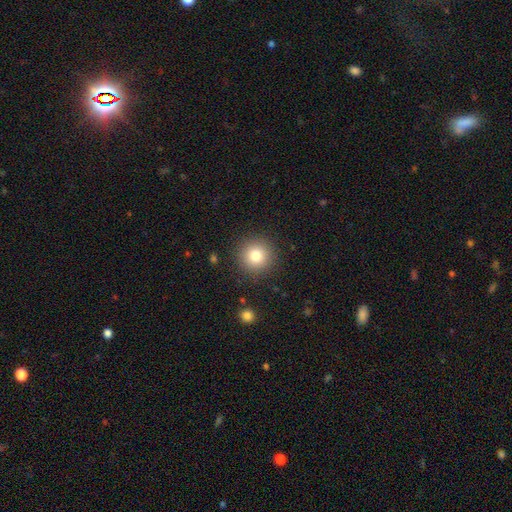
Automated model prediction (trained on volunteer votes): smooth-or-featured: smooth: 79% | star or artifact: 12% | featured or disk: 9%
  how-rounded: round: 95% | in between: 4% | cigar-shaped: 1%
  merging: none: 90% | minor disturbance: 6% | major disturbance: 3% | merger: 1%